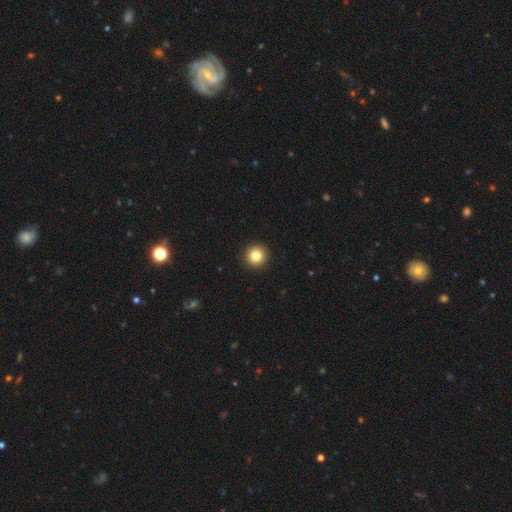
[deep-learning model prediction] The model was most divided on "smooth or featured": smooth: 85%, star or artifact: 10%, featured or disk: 5%. More confident: how rounded — round (95%); merging — none (93%).